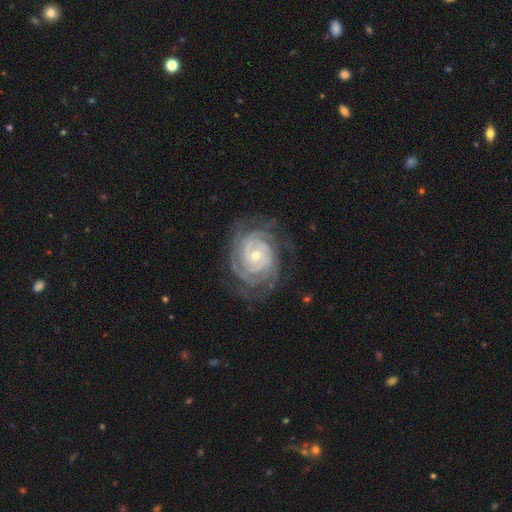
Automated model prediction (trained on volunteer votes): The model was most divided on "spiral arm count": 3: 23%, can't tell: 22%, 2: 21%, 4: 19%, more than 4: 8%, 1: 7%. More confident: spiral arms — yes (98%); edge-on disk — no (97%); smooth or featured — featured or disk (91%); spiral winding — tight (82%); merging — none (76%); bar — no (60%); bulge size — small (57%).